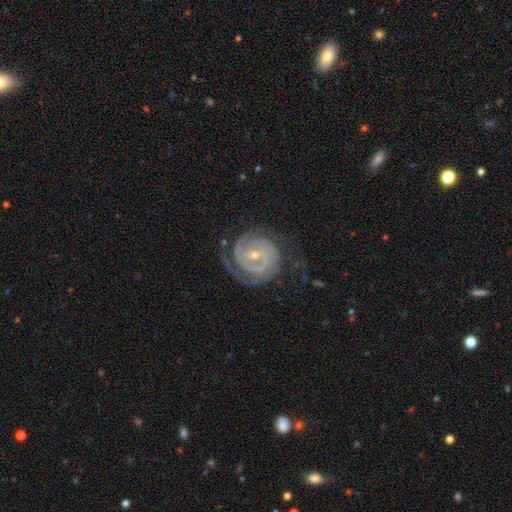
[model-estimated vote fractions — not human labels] Smooth or featured?
  - featured or disk: 90% *
  - smooth: 5%
  - star or artifact: 5%
Edge-on disk?
  - no: 97% *
  - yes: 3%
Bar?
  - weak: 41% *
  - no: 36%
  - strong: 22%
Spiral arms?
  - yes: 97% *
  - no: 3%
Spiral winding?
  - tight: 74% *
  - medium: 22%
  - loose: 5%
Spiral arm count?
  - 2: 55% *
  - can't tell: 16%
  - 3: 14%
  - 1: 6%
  - 4: 5%
  - more than 4: 4%
Bulge size?
  - small: 62% *
  - moderate: 35%
  - large: 1%
  - none: 1%
  - dominant: 1%
Merging?
  - none: 68% *
  - minor disturbance: 18%
  - major disturbance: 13%
  - merger: 1%